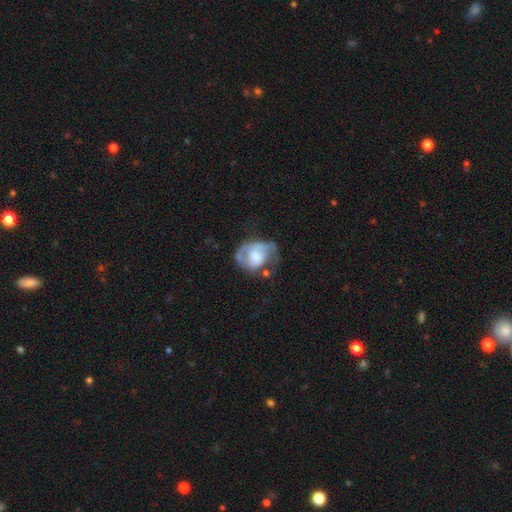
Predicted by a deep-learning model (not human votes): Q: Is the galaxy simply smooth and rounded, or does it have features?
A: featured or disk — 54%.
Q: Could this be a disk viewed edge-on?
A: no — 97%.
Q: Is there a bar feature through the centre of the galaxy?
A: no — 69%.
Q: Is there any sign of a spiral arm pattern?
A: yes — 61%.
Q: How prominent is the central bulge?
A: large — 34%.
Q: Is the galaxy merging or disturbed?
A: major disturbance — 33%.